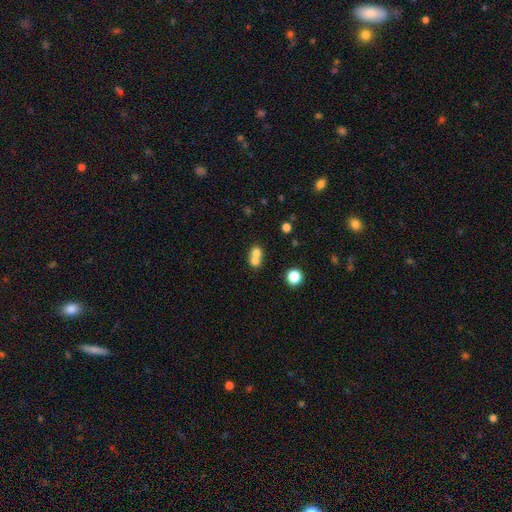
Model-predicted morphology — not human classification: smooth_or_featured: smooth (p=0.72) [alt: featured or disk p=0.16]
how_rounded: round (p=0.76) [alt: in between p=0.23]
merging: merger (p=0.64) [alt: none p=0.29]